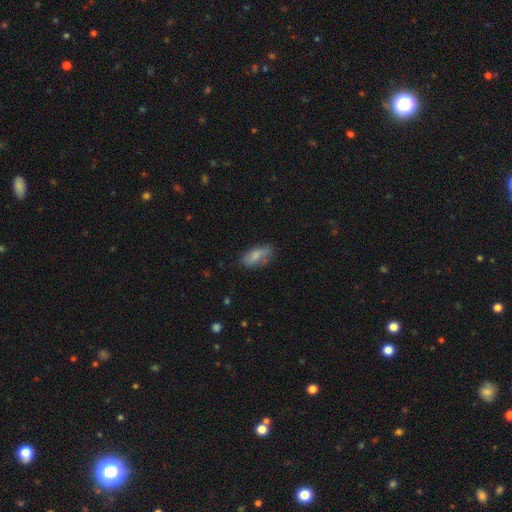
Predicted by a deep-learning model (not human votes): smooth_or_featured: smooth (p=0.74) [alt: featured or disk p=0.18]
how_rounded: in between (p=0.86) [alt: cigar-shaped p=0.11]
merging: none (p=0.57) [alt: minor disturbance p=0.28]